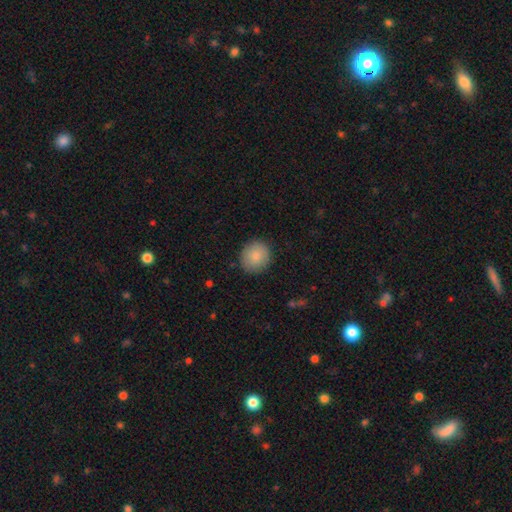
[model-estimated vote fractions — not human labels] Smooth or featured? Predicted: smooth (p=0.86). How rounded? Predicted: round (p=0.85). Merging? Predicted: none (p=0.88).